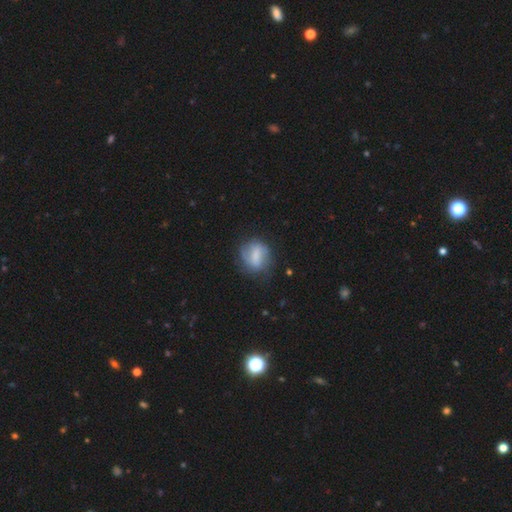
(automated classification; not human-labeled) A smooth galaxy with no disk features (56%) that is round (60%).

Vote fractions:
- Smooth or featured? smooth: 56% / featured or disk: 35% / star or artifact: 8%
- How rounded? round: 60% / in between: 38% / cigar-shaped: 2%
- Merging? none: 60% / minor disturbance: 25% / major disturbance: 13% / merger: 2%